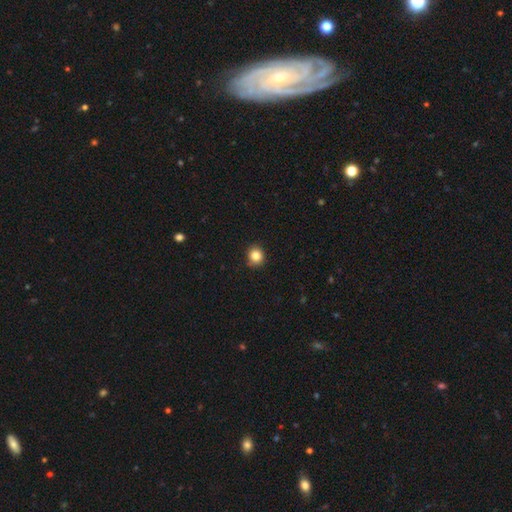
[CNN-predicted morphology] A smooth galaxy with no disk features (84%) that is round (84%). Merging: none (87%).